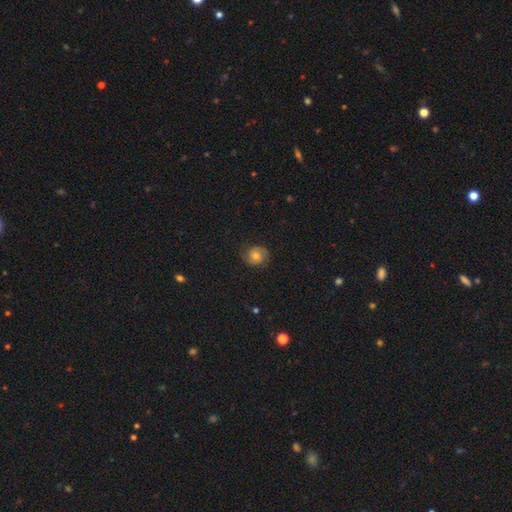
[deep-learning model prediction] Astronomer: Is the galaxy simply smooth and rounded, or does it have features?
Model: smooth — 56% (runner-up: featured or disk, 34%).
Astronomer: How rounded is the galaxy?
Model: round — 78%.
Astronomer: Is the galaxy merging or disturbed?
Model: none — 76%.